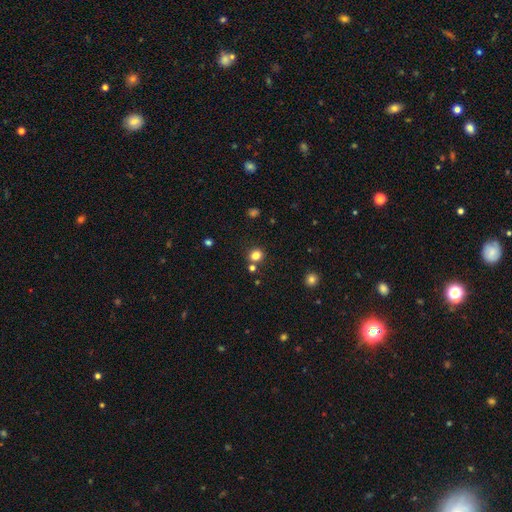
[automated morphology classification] Overall: smooth (80%). How rounded: round (84%). Merging: none (78%).